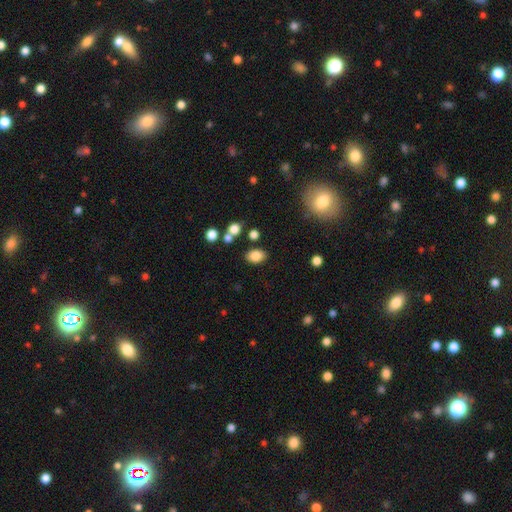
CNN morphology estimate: This is clearly a smooth galaxy (83%). How rounded: likely in between (79%). Merging: clearly none (81%).